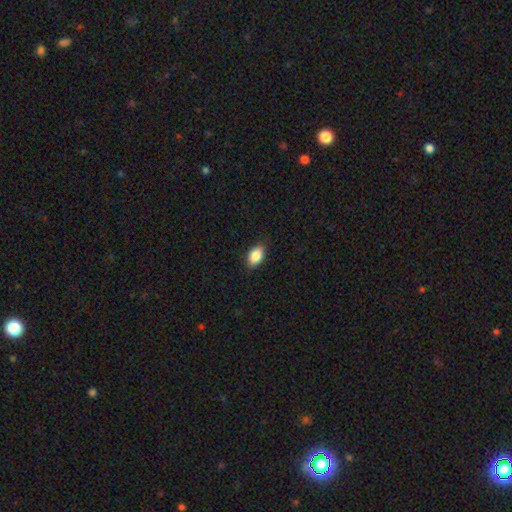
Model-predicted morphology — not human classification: Q: Smooth or featured?
A: smooth (87%); runner-up: star or artifact (7%)
Q: How rounded?
A: in between (90%); runner-up: round (8%)
Q: Merging?
A: none (87%); runner-up: minor disturbance (10%)